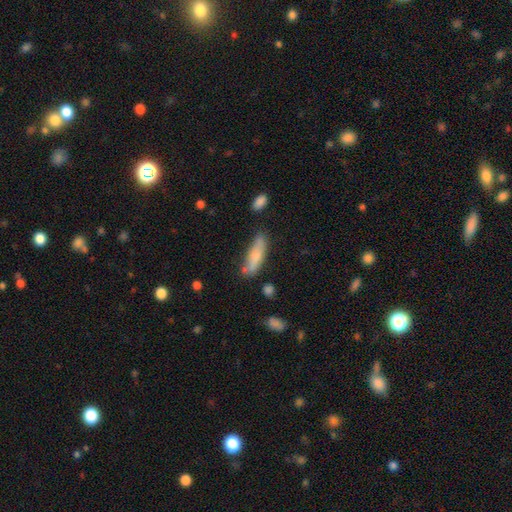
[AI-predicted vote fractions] smooth-or-featured: smooth: 76% | featured or disk: 17% | star or artifact: 7%
  how-rounded: cigar-shaped: 62% | in between: 36% | round: 2%
  merging: none: 60% | minor disturbance: 25% | merger: 8% | major disturbance: 7%